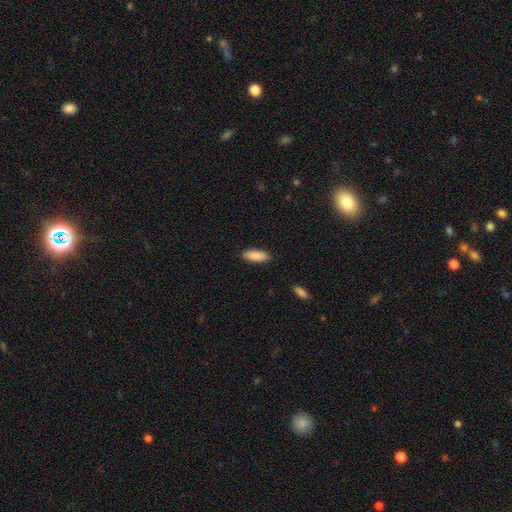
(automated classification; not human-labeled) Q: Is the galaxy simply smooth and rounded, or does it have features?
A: smooth — 90%.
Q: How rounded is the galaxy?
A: in between — 70%.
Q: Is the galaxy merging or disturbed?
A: none — 89%.